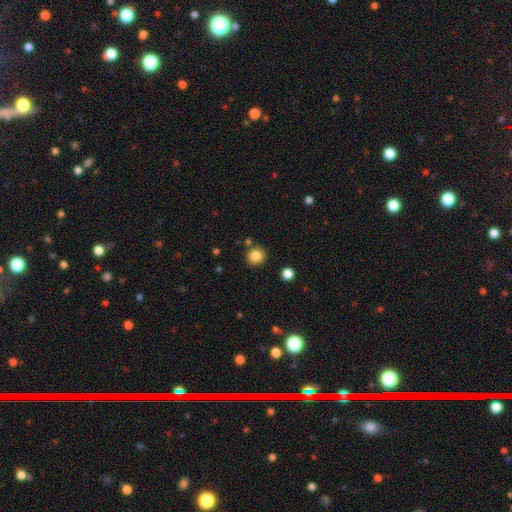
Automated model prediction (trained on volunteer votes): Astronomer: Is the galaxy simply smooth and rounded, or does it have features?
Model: smooth — 85%.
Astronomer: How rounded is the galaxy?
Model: round — 93%.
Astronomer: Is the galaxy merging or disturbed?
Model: none — 87%.